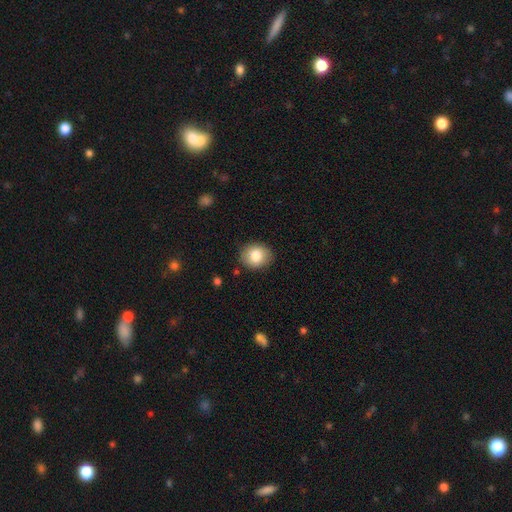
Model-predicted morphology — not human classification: This appears to be a smooth galaxy with no disk features (82%) that is round (62%). Merging: none (87%).